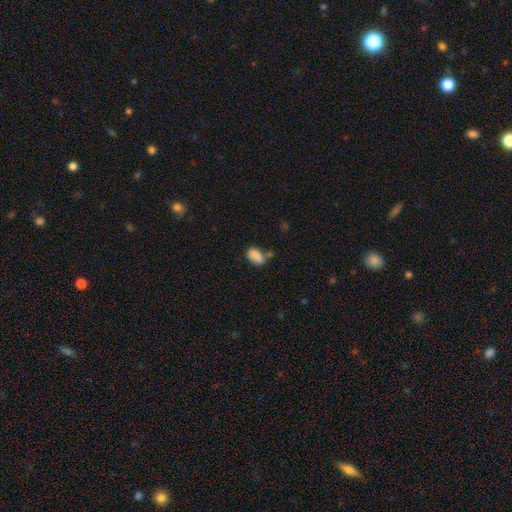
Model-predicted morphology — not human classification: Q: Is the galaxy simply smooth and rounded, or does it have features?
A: smooth — 86%.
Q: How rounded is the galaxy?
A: in between — 90%.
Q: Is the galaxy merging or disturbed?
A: none — 56%.